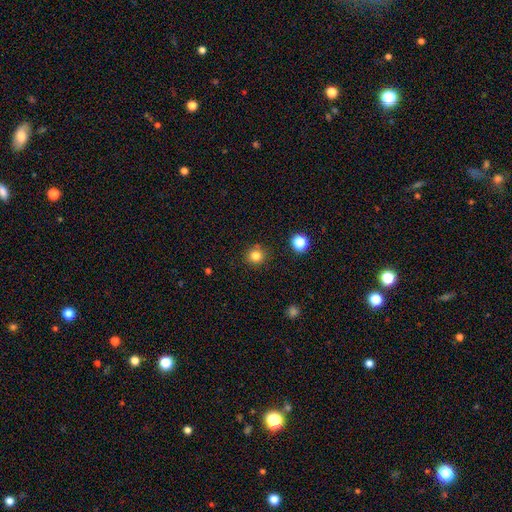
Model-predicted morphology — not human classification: smooth-or-featured: smooth: 82% | star or artifact: 13% | featured or disk: 5%
  how-rounded: round: 92% | in between: 7% | cigar-shaped: 1%
  merging: none: 87% | minor disturbance: 8% | merger: 3% | major disturbance: 2%